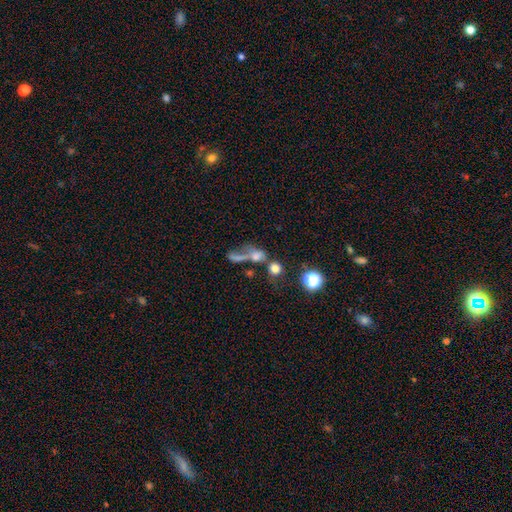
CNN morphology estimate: The model was most divided on "how rounded": round: 51%, in between: 40%, cigar-shaped: 9%. Remaining: smooth or featured — smooth (61%); merging — merger (46%).